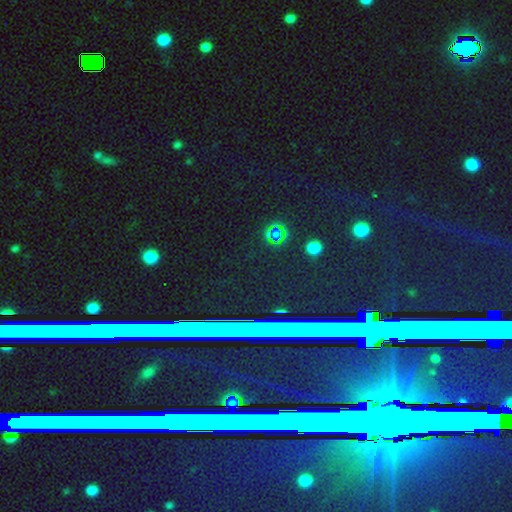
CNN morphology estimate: Smooth or featured? Predicted: star or artifact (p=0.82).